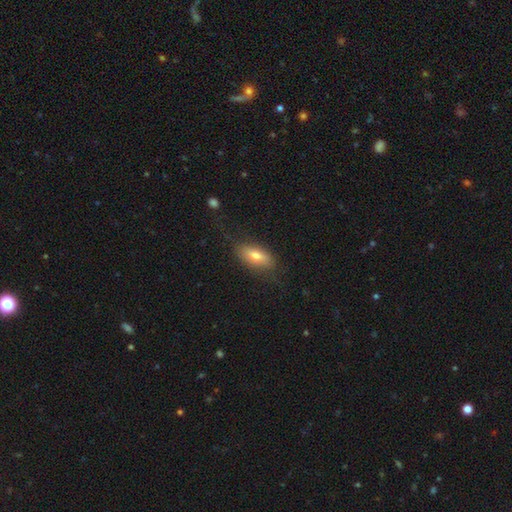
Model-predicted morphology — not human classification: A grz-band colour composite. It shows a smooth galaxy with no disk features (71%) that is in between round and cigar-shaped (82%). Merging: none (73%).